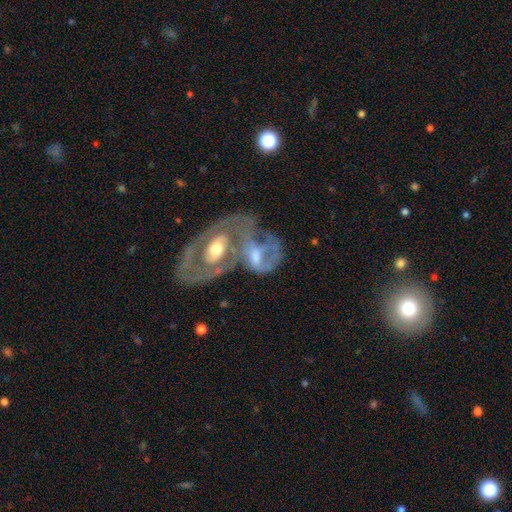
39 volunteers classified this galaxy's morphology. Volunteers were most divided on "spiral arms": no: 54%, yes: 46%. Remaining: edge-on disk — no (83%); smooth or featured — featured or disk (74%); bulge size — moderate (58%); bar — no (58%); merging — merger (44%).